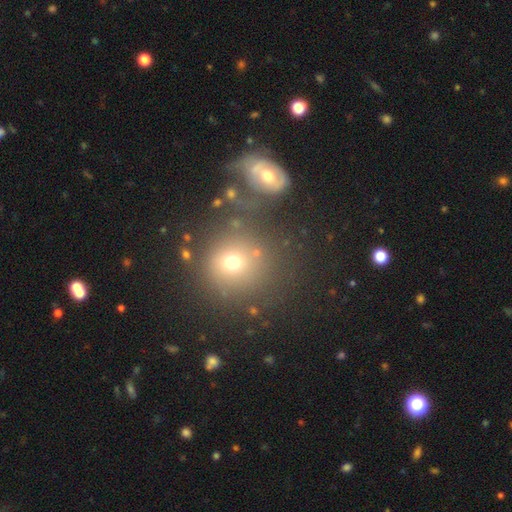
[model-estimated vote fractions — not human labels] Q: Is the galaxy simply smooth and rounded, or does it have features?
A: smooth — 56%.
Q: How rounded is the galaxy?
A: round — 85%.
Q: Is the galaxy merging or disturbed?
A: none — 62%.